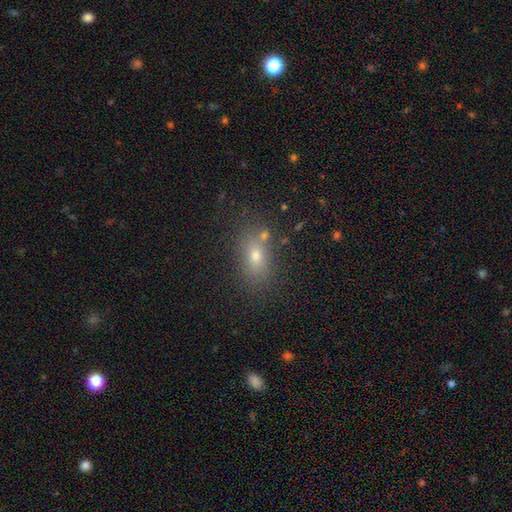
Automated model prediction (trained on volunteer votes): Smooth or featured: smooth — 69% (star or artifact — 17%)
How rounded: in between — 75% (round — 20%)
Merging: none — 73% (minor disturbance — 13%)